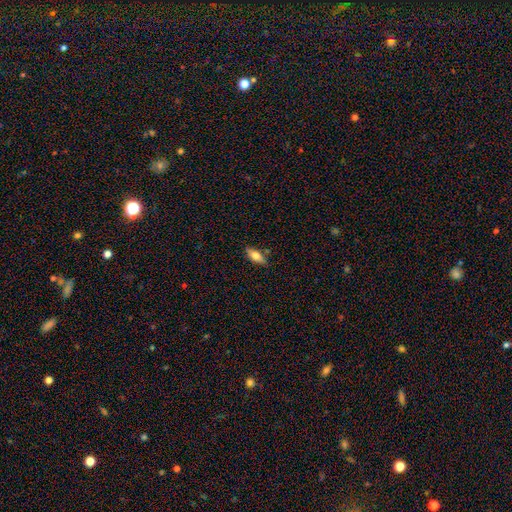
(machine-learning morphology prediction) smooth-or-featured: smooth: 71% | featured or disk: 22% | star or artifact: 7%
  how-rounded: in between: 76% | cigar-shaped: 21% | round: 3%
  merging: none: 82% | minor disturbance: 12% | merger: 3% | major disturbance: 2%